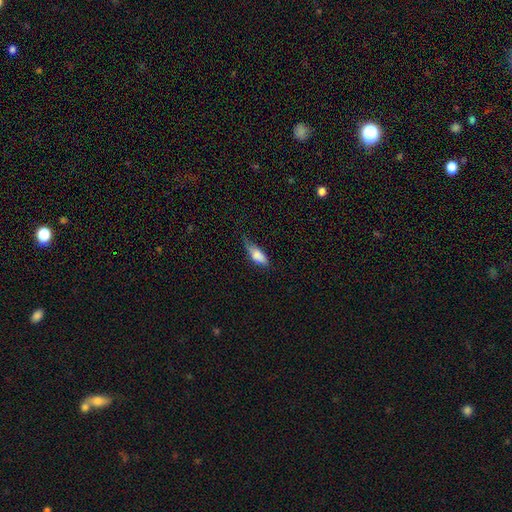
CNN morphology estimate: Smooth or featured? smooth (81%)
How rounded? in between (76%)
Merging? minor disturbance (43%)